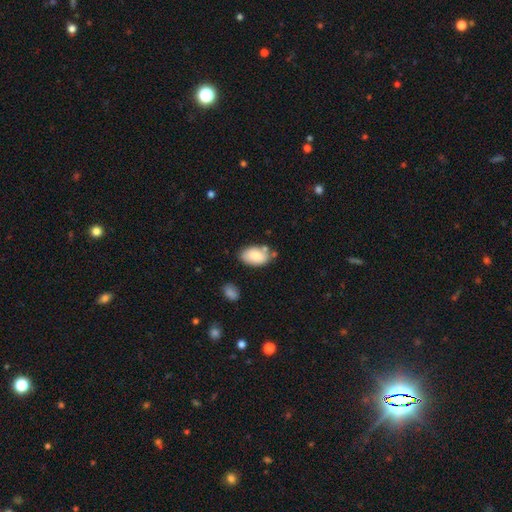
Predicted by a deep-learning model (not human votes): Smooth or featured? Predicted: smooth (p=0.81). How rounded? Predicted: in between (p=0.93). Merging? Predicted: none (p=0.67).